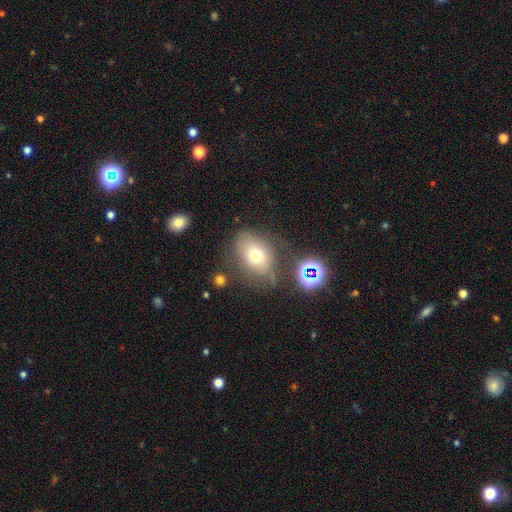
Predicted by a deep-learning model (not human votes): Smooth or featured? smooth (67%)
How rounded? in between (61%)
Merging? none (66%)